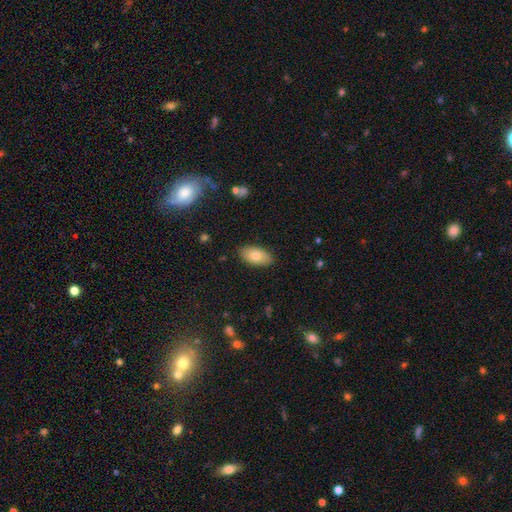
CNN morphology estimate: A smooth galaxy with no disk features (76%) that is in between round and cigar-shaped (93%).

Vote fractions:
- Smooth or featured? smooth: 76% / featured or disk: 17% / star or artifact: 7%
- How rounded? in between: 93% / round: 4% / cigar-shaped: 3%
- Merging? none: 87% / minor disturbance: 9% / major disturbance: 2% / merger: 1%